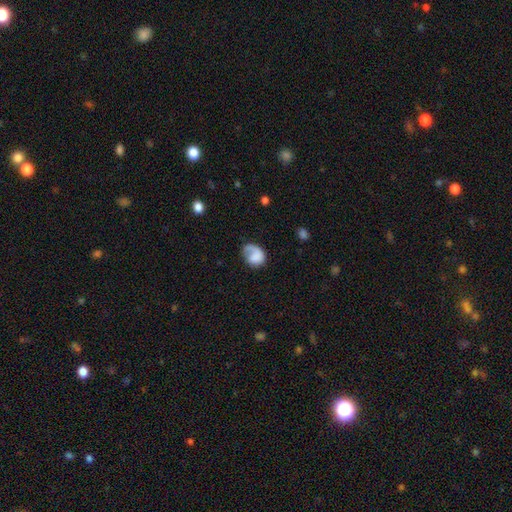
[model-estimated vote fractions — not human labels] This appears to be a smooth galaxy with no disk features (61%) that is in between round and cigar-shaped (51%). Merging: none (44%).